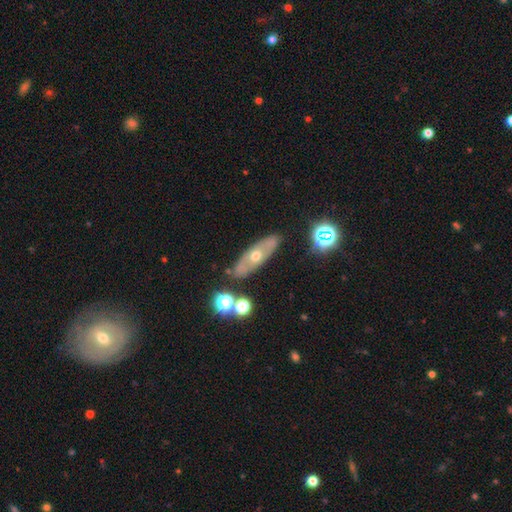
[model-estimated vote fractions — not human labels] Smooth or featured?
  - featured or disk: 54% *
  - smooth: 35%
  - star or artifact: 10%
Edge-on disk?
  - no: 63% *
  - yes: 37%
Merging?
  - none: 82% *
  - minor disturbance: 11%
  - merger: 4%
  - major disturbance: 3%